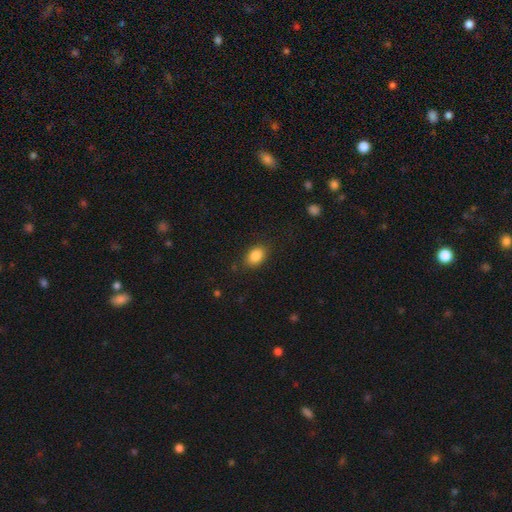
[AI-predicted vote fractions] Smooth or featured? smooth (85%)
How rounded? in between (77%)
Merging? none (83%)